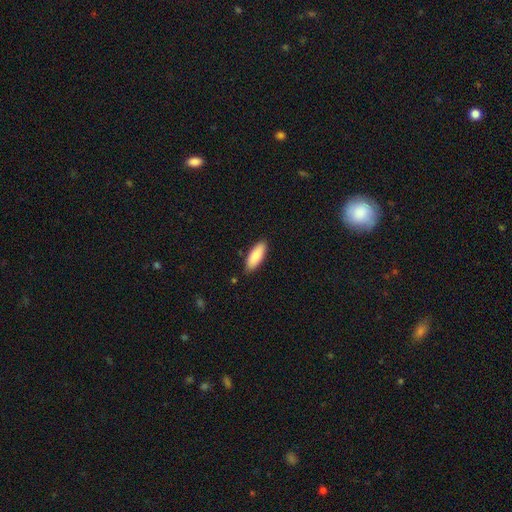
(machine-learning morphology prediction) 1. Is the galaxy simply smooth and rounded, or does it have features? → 85% smooth, 9% featured or disk, 6% star or artifact.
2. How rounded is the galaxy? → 70% in between, 29% cigar-shaped, 2% round.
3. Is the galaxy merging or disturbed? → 85% none, 11% minor disturbance, 2% major disturbance, 2% merger.